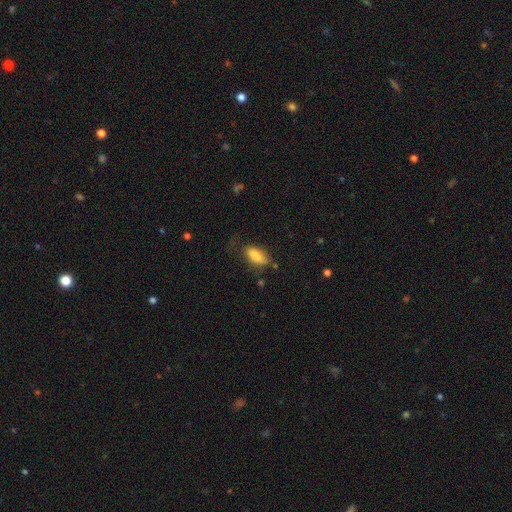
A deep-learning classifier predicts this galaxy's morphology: smooth_or_featured: smooth (p=0.82) [alt: featured or disk p=0.11]
how_rounded: in between (p=0.83) [alt: cigar-shaped p=0.14]
merging: none (p=0.58) [alt: minor disturbance p=0.27]